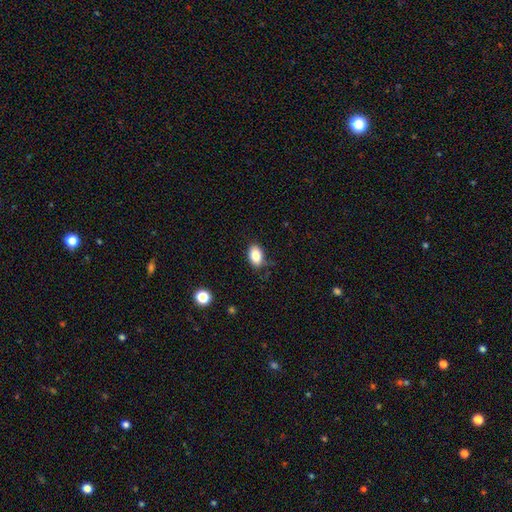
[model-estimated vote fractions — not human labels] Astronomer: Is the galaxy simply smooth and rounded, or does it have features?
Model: smooth — 86%.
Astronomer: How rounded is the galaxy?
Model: in between — 88%.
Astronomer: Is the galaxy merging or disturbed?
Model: none — 78%.